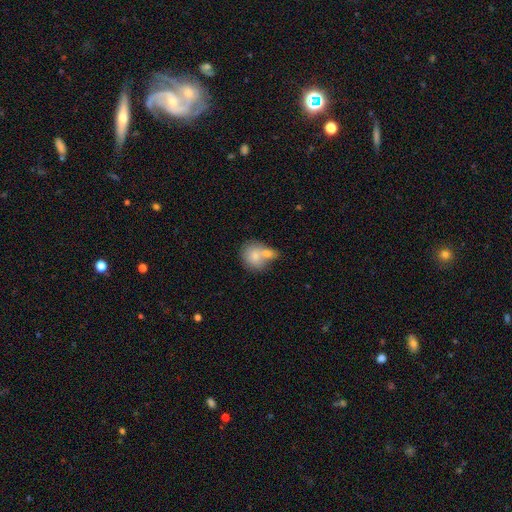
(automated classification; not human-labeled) The model was most divided on "merging": merger: 58%, none: 28%, minor disturbance: 10%, major disturbance: 4%. More confident: smooth or featured — smooth (76%); how rounded — round (67%).